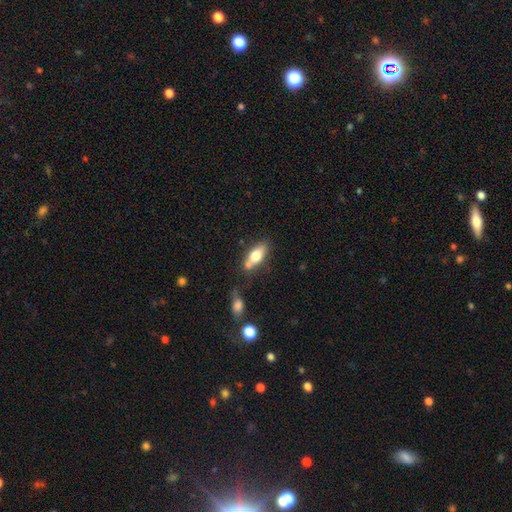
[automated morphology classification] A smooth galaxy with no disk features (68%) that is in between round and cigar-shaped (76%).

Vote fractions:
- Smooth or featured? smooth: 68% / featured or disk: 25% / star or artifact: 7%
- How rounded? in between: 76% / cigar-shaped: 20% / round: 4%
- Merging? none: 56% / merger: 21% / minor disturbance: 18% / major disturbance: 5%